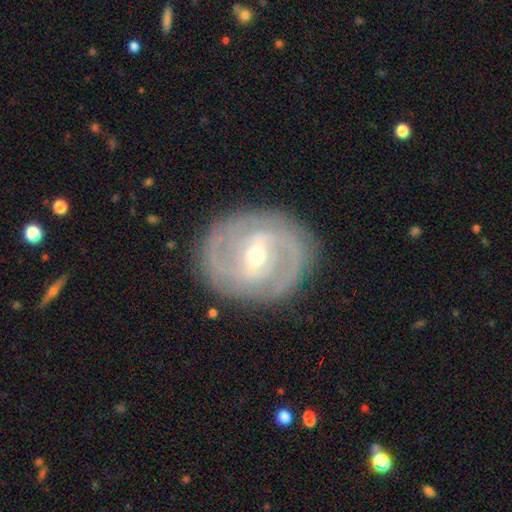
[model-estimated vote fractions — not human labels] Morphology: type=featured or disk (85%); edge-on=no (97%); bar=weak (49%); spiral arms=yes (92%); winding=tight (59%); arm count=2 (61%); bulge=moderate (51%); merging=none (84%).